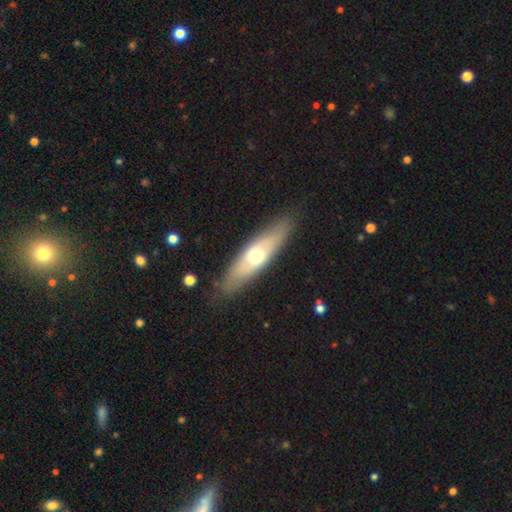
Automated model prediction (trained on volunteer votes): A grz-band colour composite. It shows a smooth galaxy with no disk features (49%). Merging: none (85%).